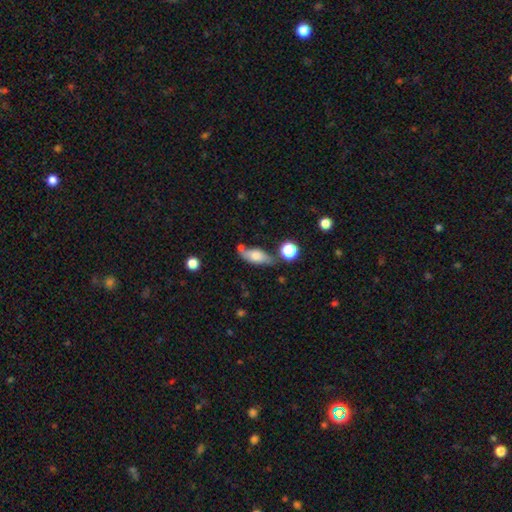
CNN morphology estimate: smooth_or_featured: smooth (p=0.68) [alt: featured or disk p=0.24]
how_rounded: in between (p=0.75) [alt: cigar-shaped p=0.20]
merging: none (p=0.64) [alt: minor disturbance p=0.19]